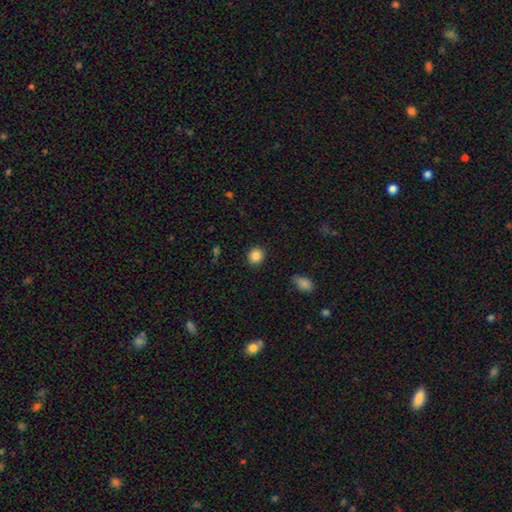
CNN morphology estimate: The model was most divided on "how rounded": round: 87%, in between: 12%, cigar-shaped: 1%. More confident: merging — none (90%); smooth or featured — smooth (87%).